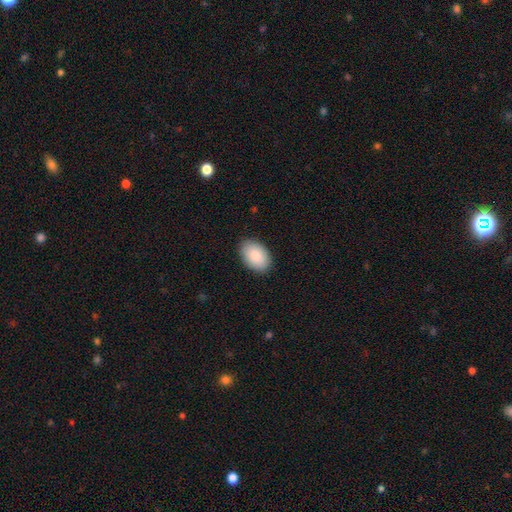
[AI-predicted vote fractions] Morphology: type=smooth (88%); roundness=in between (91%); merging=none (89%).